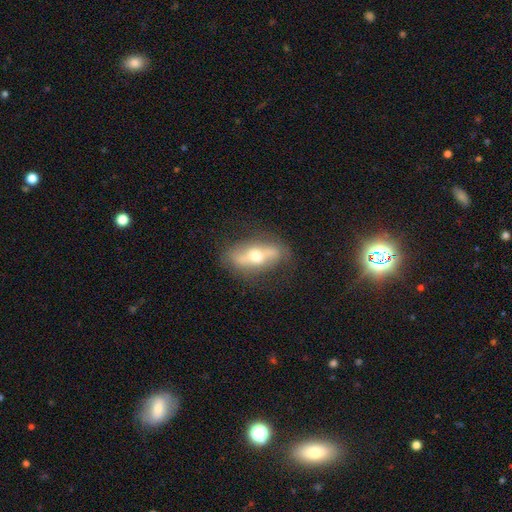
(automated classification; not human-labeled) Q: Smooth or featured?
A: featured or disk (64%); runner-up: smooth (29%)
Q: Edge-on disk?
A: no (55%); runner-up: yes (45%)
Q: Merging?
A: none (77%); runner-up: minor disturbance (15%)